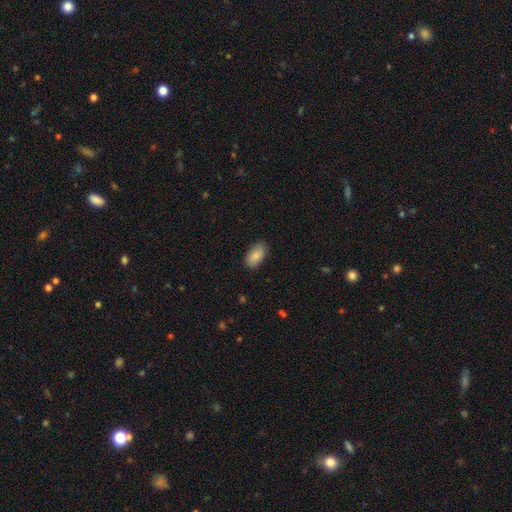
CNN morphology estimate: This appears to be a smooth galaxy with no disk features (85%) that is in between round and cigar-shaped (93%). Merging: none (84%).